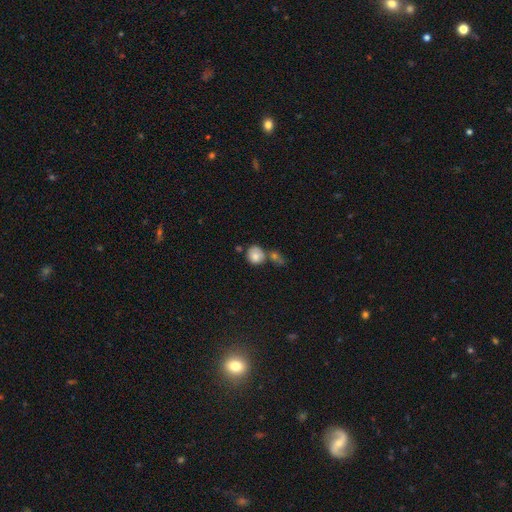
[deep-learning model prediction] Smooth or featured?
  - smooth: 80% *
  - featured or disk: 11%
  - star or artifact: 9%
How rounded?
  - round: 82% *
  - in between: 17%
  - cigar-shaped: 1%
Merging?
  - none: 47% *
  - merger: 32%
  - minor disturbance: 15%
  - major disturbance: 7%